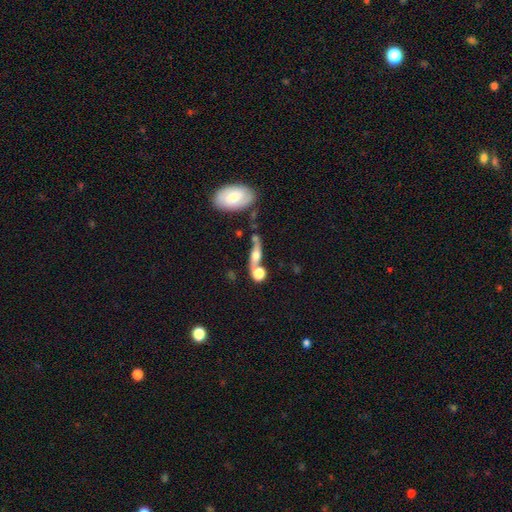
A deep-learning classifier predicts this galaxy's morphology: Smooth or featured? featured or disk (54%)
Edge-on disk? yes (59%)
Merging? none (48%)